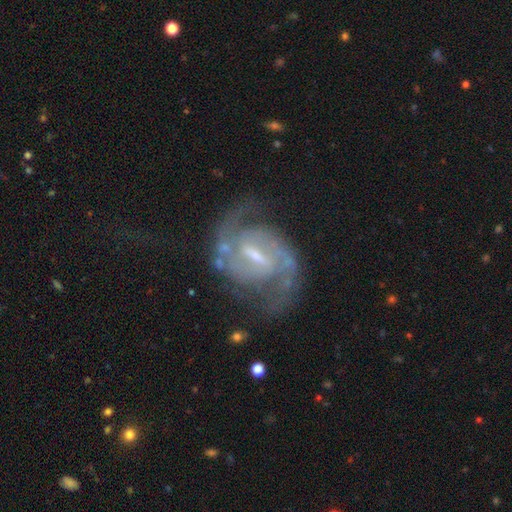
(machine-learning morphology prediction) Smooth or featured? featured or disk (91%)
Edge-on disk? no (98%)
Bar? weak (52%)
Spiral arms? yes (98%)
Spiral winding? medium (57%)
Spiral arm count? 2 (90%)
Bulge size? small (55%)
Merging? none (74%)